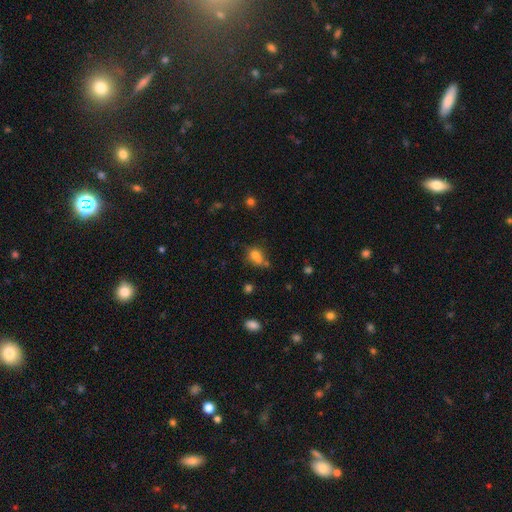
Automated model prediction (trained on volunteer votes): A smooth galaxy with no disk features (72%) that is in between round and cigar-shaped (61%).

Vote fractions:
- Smooth or featured? smooth: 72% / star or artifact: 15% / featured or disk: 13%
- How rounded? in between: 61% / round: 35% / cigar-shaped: 3%
- Merging? none: 41% / merger: 29% / minor disturbance: 20% / major disturbance: 10%